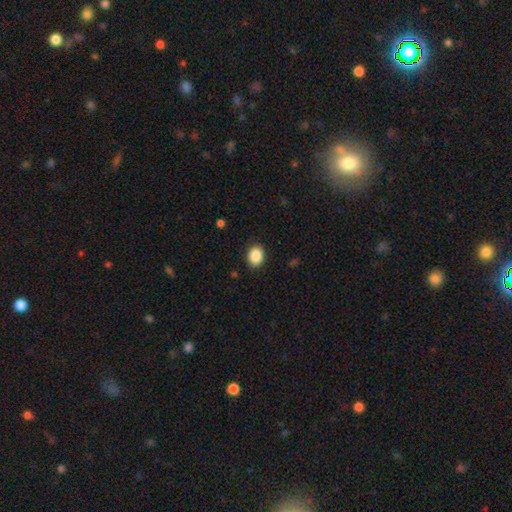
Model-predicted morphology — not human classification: type=smooth (88%); roundness=in between (57%); merging=none (88%).